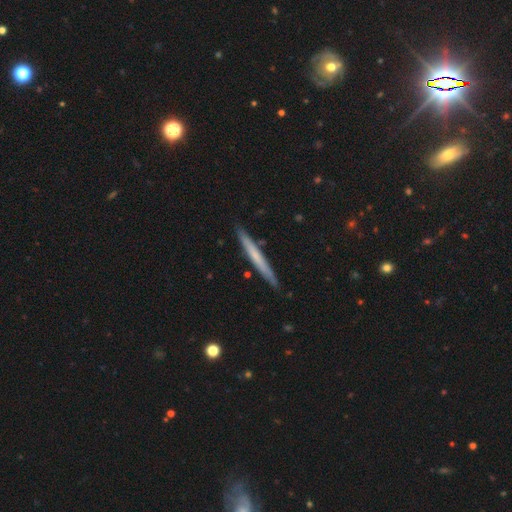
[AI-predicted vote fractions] A smooth galaxy with no disk features (51%) that is cigar-shaped (97%).

Vote fractions:
- Smooth or featured? smooth: 51% / featured or disk: 44% / star or artifact: 6%
- How rounded? cigar-shaped: 97% / in between: 2% / round: 1%
- Merging? none: 89% / minor disturbance: 8% / merger: 1% / major disturbance: 1%